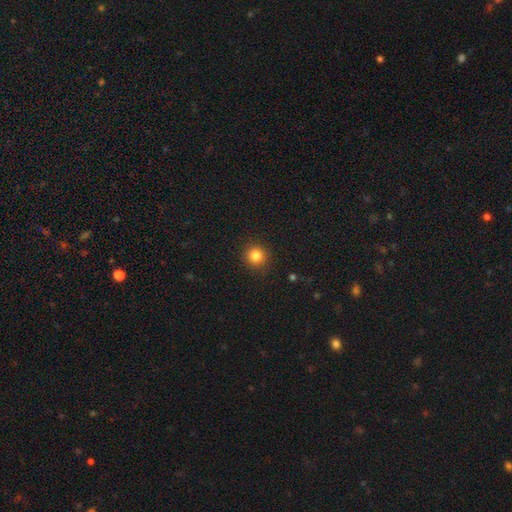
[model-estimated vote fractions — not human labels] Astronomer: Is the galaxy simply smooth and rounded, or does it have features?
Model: smooth — 84%.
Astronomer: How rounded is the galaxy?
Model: round — 92%.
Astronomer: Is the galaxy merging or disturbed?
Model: none — 90%.